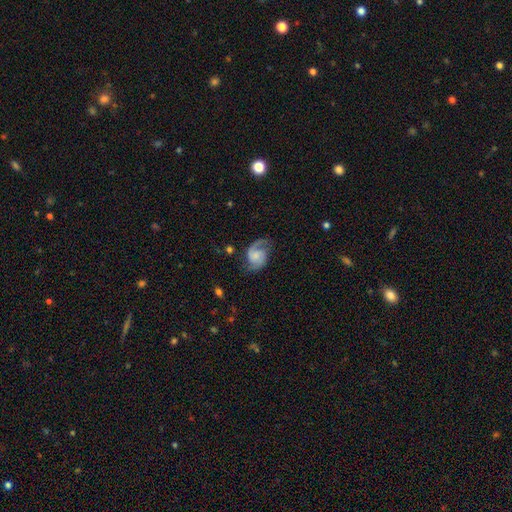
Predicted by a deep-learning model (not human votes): Smooth or featured: featured or disk — 82% (smooth — 12%)
Edge-on disk: no — 98% (yes — 2%)
Bar: no — 61% (weak — 33%)
Spiral arms: yes — 96% (no — 4%)
Spiral winding: medium — 51% (loose — 28%)
Spiral arm count: 2 — 83% (1 — 11%)
Bulge size: small — 40% (none — 27%)
Merging: none — 68% (minor disturbance — 20%)